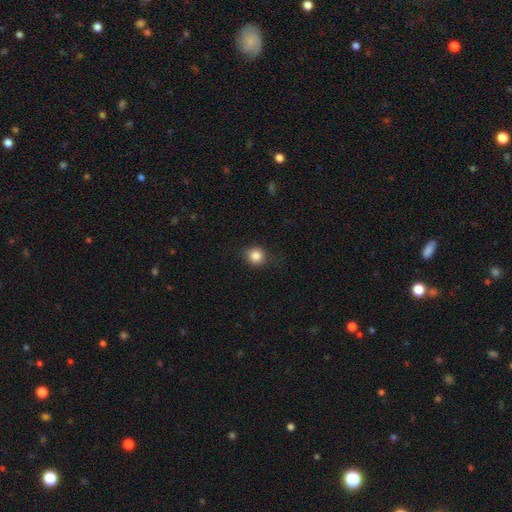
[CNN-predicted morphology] smooth 84%, star or artifact 11%, featured or disk 6%. Down the decision tree: how rounded — round (86%); merging — none (81%).